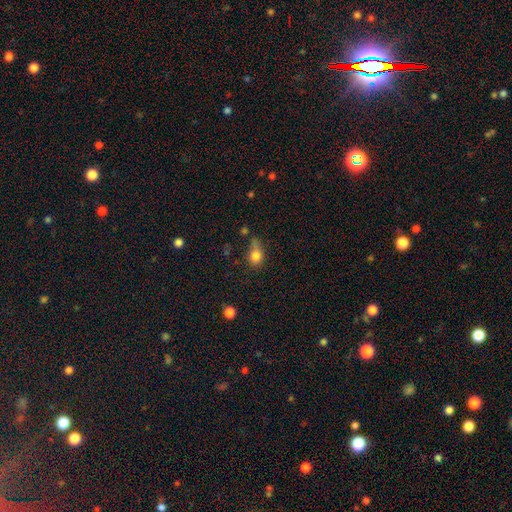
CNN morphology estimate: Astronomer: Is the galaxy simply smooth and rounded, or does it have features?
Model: smooth — 79%.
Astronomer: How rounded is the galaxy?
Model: round — 52% (runner-up: in between, 45%).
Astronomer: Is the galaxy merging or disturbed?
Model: none — 41% (runner-up: minor disturbance, 31%).